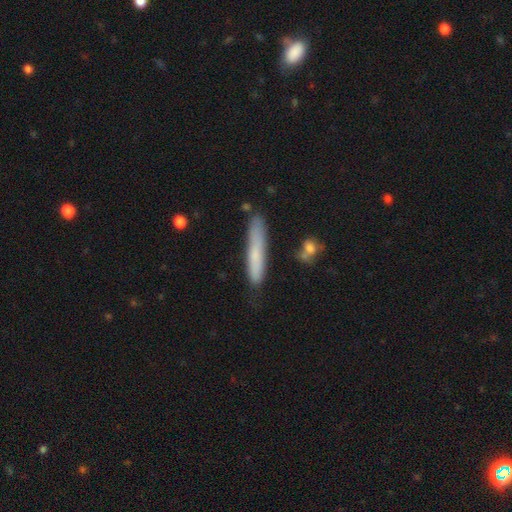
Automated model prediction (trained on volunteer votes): Smooth or featured: smooth — 68% (featured or disk — 25%)
How rounded: cigar-shaped — 93% (in between — 6%)
Merging: none — 74% (minor disturbance — 18%)